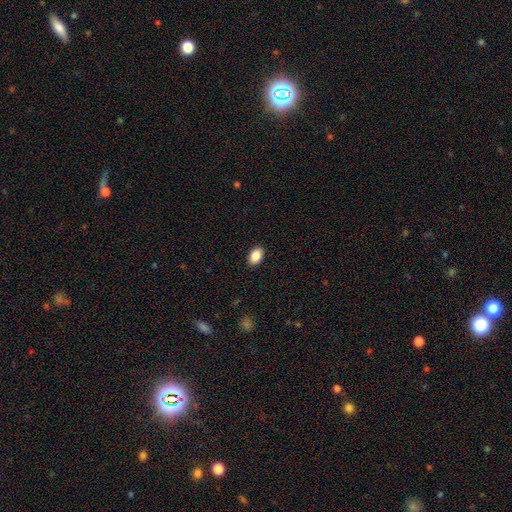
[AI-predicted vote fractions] Smooth or featured?
  - smooth: 88% *
  - star or artifact: 7%
  - featured or disk: 4%
How rounded?
  - in between: 90% *
  - round: 9%
  - cigar-shaped: 1%
Merging?
  - none: 90% *
  - minor disturbance: 7%
  - major disturbance: 2%
  - merger: 1%